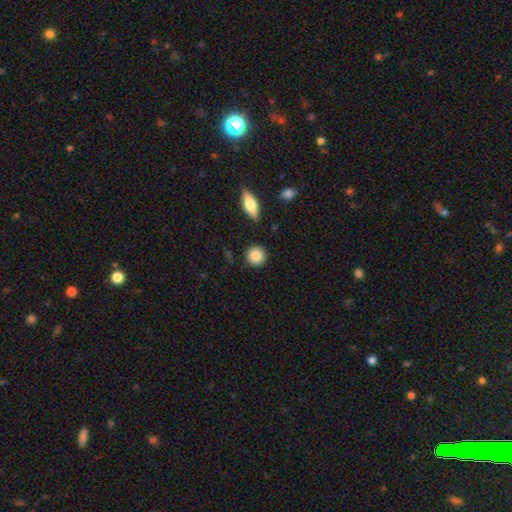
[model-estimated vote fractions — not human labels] This appears to be a smooth galaxy with no disk features (87%) that is round (92%). Merging: none (89%).